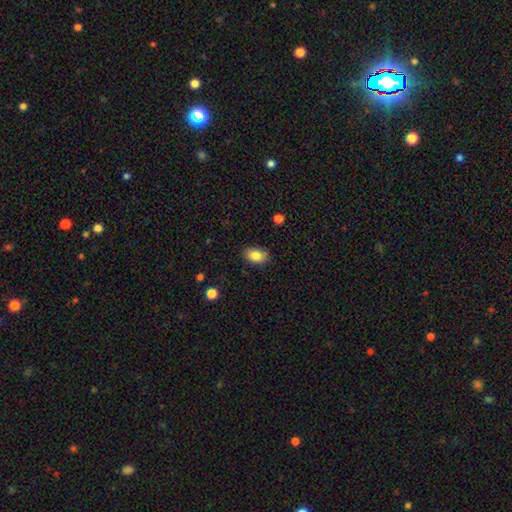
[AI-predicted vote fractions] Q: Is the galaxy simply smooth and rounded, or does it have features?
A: smooth — 84%.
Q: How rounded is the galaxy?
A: in between — 83%.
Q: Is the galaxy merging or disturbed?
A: none — 81%.